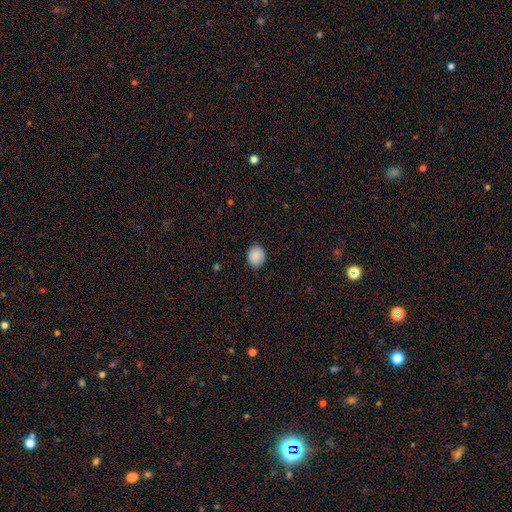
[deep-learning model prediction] This appears to be a smooth galaxy with no disk features (89%) that is round (62%). Merging: none (84%).